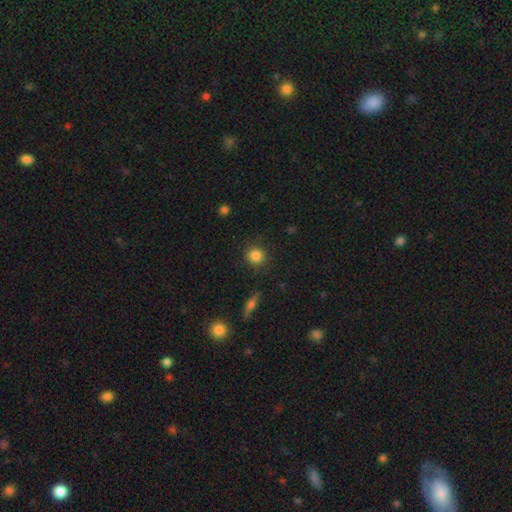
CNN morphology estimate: A smooth galaxy with no disk features (84%) that is round (91%).

Vote fractions:
- Smooth or featured? smooth: 84% / star or artifact: 10% / featured or disk: 6%
- How rounded? round: 91% / in between: 8% / cigar-shaped: 1%
- Merging? none: 87% / minor disturbance: 8% / major disturbance: 3% / merger: 2%